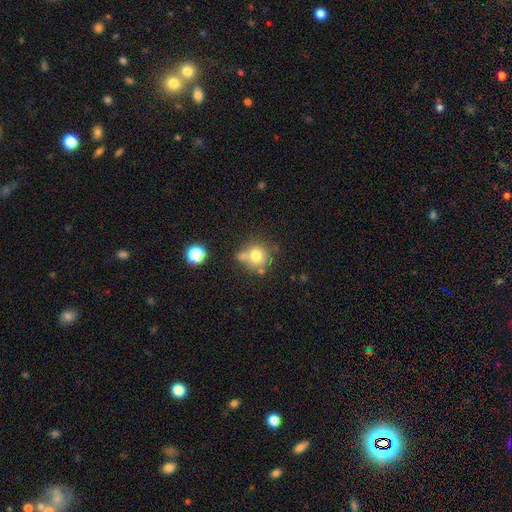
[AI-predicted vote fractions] Morphology: type=smooth (74%); roundness=round (86%); merging=none (56%).